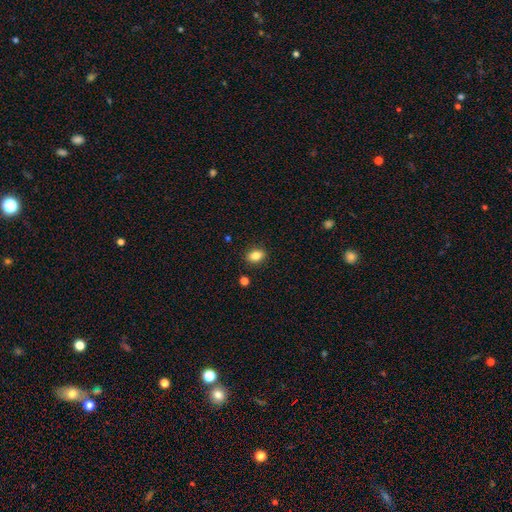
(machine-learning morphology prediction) This appears to be a smooth galaxy with no disk features (85%) that is in between round and cigar-shaped (78%). Merging: none (88%).